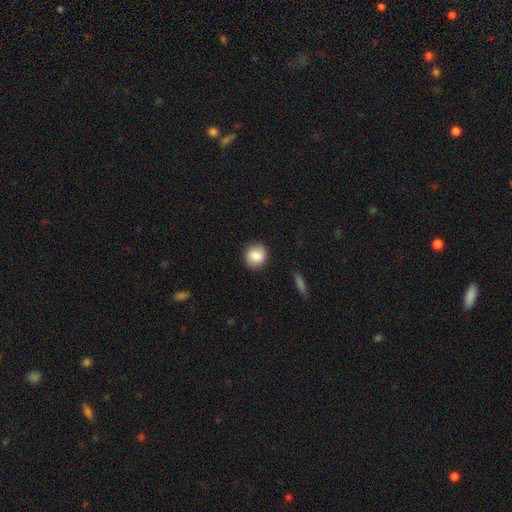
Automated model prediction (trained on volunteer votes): Smooth or featured: smooth — 83% (featured or disk — 10%)
How rounded: round — 87% (in between — 12%)
Merging: none — 88% (minor disturbance — 9%)